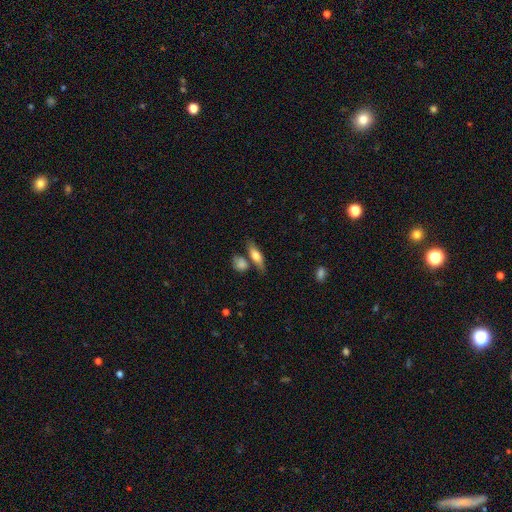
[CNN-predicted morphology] smooth-or-featured: smooth: 63% | featured or disk: 31% | star or artifact: 7%
  how-rounded: in between: 50% | cigar-shaped: 46% | round: 4%
  merging: none: 66% | merger: 16% | minor disturbance: 14% | major disturbance: 4%